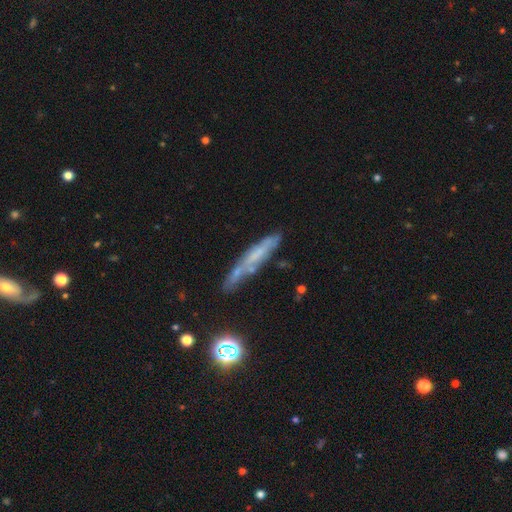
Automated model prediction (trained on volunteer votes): This appears to be a featured or disk galaxy (46%). Merging: none (63%).